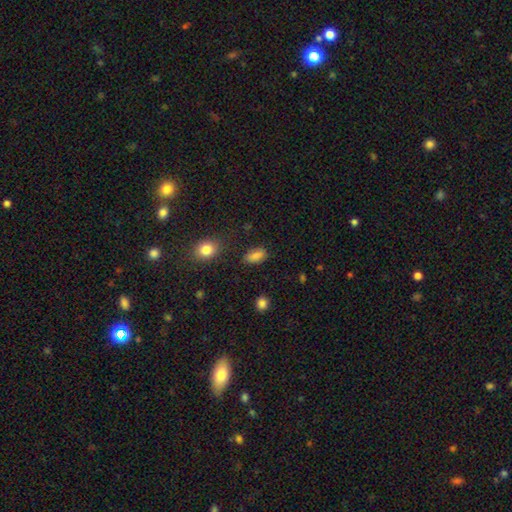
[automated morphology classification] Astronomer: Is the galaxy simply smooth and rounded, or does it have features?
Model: smooth — 83%.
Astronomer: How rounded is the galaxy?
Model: in between — 89%.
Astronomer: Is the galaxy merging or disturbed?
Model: none — 80%.